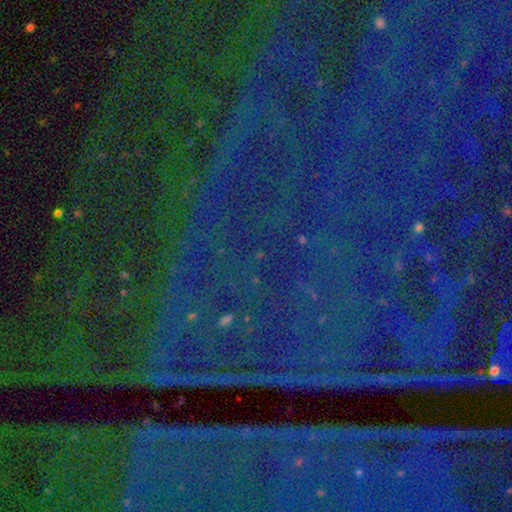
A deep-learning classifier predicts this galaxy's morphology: Smooth or featured? Predicted: star or artifact (p=0.88).